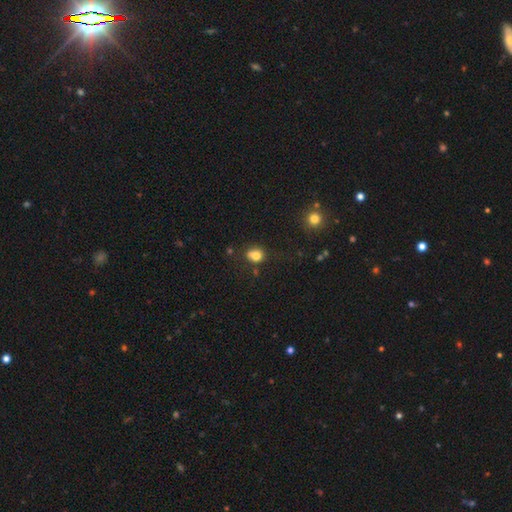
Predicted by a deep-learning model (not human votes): smooth_or_featured: smooth (p=0.77) [alt: star or artifact p=0.12]
how_rounded: round (p=0.55) [alt: in between p=0.44]
merging: none (p=0.50) [alt: minor disturbance p=0.21]